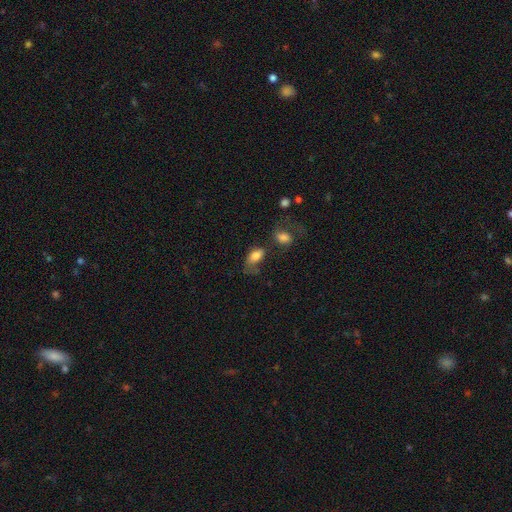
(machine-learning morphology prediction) Overall: smooth (79%). How rounded: in between (90%). Merging: none (33%; minor disturbance 25%).